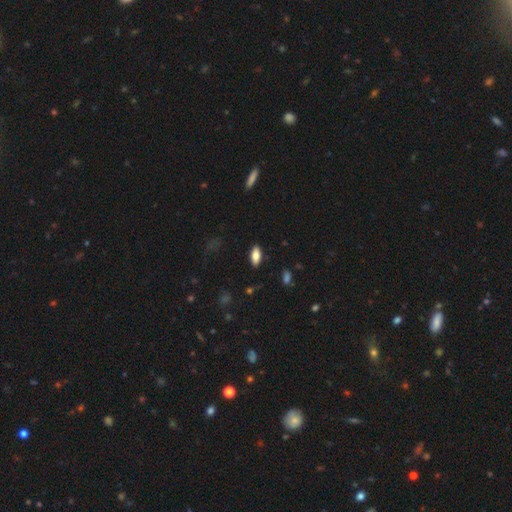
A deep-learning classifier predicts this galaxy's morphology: smooth 81%, featured or disk 11%, star or artifact 7%. Down the decision tree: how rounded — in between (85%); merging — none (88%).